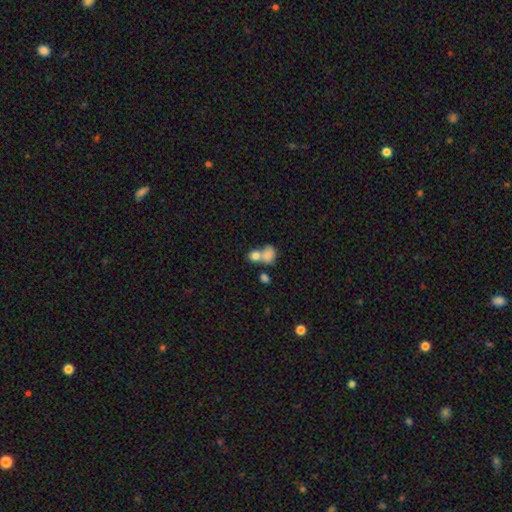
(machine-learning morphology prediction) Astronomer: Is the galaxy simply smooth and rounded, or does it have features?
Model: smooth — 78%.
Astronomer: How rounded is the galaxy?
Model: round — 63%.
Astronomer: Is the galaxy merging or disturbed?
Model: merger — 61%.